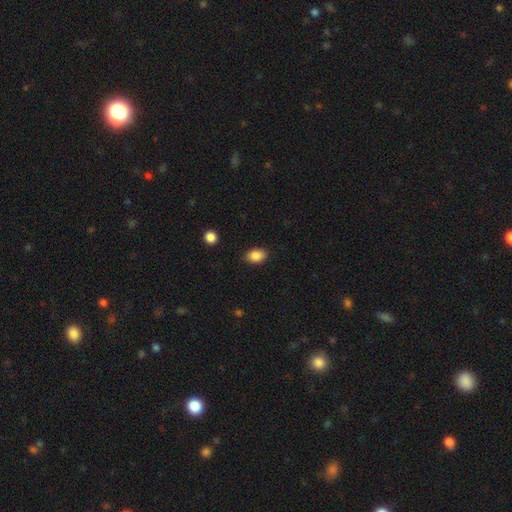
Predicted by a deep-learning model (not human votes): A smooth galaxy with no disk features (87%) that is in between round and cigar-shaped (83%).

Vote fractions:
- Smooth or featured? smooth: 87% / star or artifact: 8% / featured or disk: 5%
- How rounded? in between: 83% / round: 16% / cigar-shaped: 1%
- Merging? none: 87% / minor disturbance: 10% / major disturbance: 2% / merger: 1%